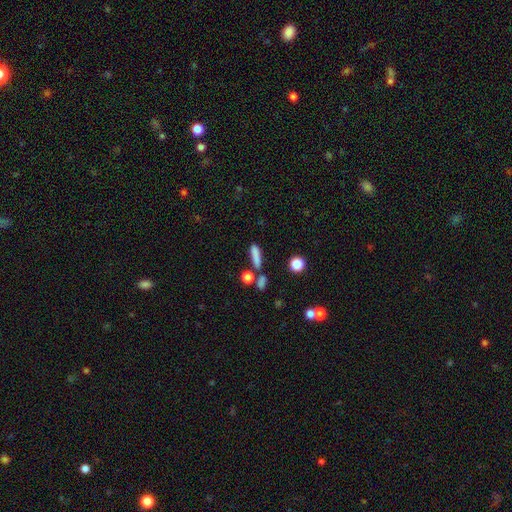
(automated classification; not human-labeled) A smooth galaxy with no disk features (77%) that is cigar-shaped (65%). Merging: none (62%).